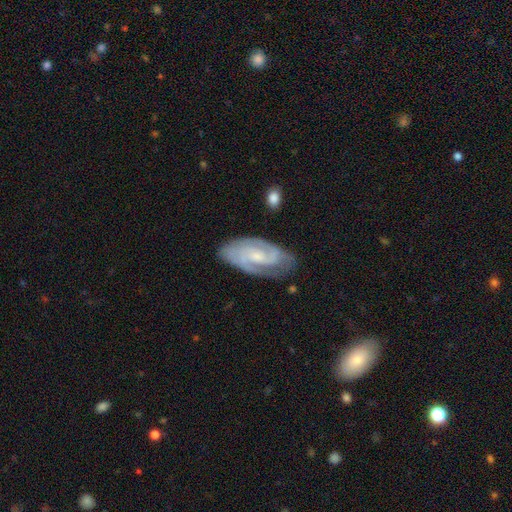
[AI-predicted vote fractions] smooth-or-featured: featured or disk: 83% | smooth: 11% | star or artifact: 6%
  disk-edge-on: no: 95% | yes: 5%
    bar: no: 51% | weak: 41% | strong: 8%
    has-spiral-arms: yes: 96% | no: 4%
      spiral-winding: tight: 54% | medium: 38% | loose: 8%
      spiral-arm-count: 2: 69% | can't tell: 13% | 3: 11% | 1: 3% | 4: 2% | more than 4: 2%
    bulge-size: small: 55% | moderate: 31% | none: 11% | large: 2% | dominant: 1%
  merging: none: 77% | minor disturbance: 17% | major disturbance: 5% | merger: 2%